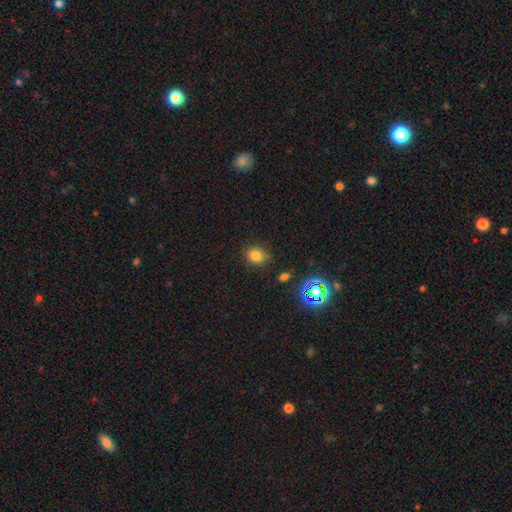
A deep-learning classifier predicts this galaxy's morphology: A smooth galaxy with no disk features (78%) that is round (66%). Merging: none (82%).